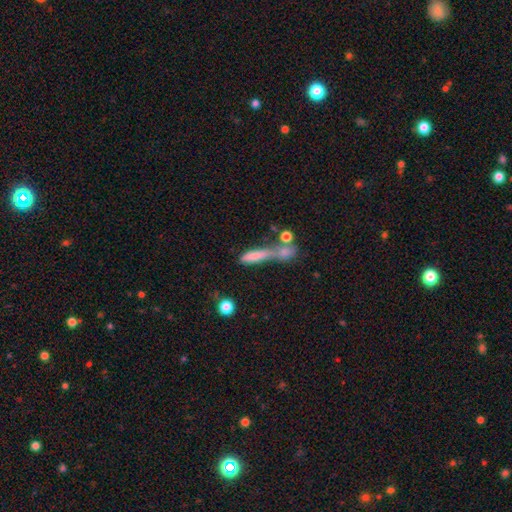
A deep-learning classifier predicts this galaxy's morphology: The model was most divided on "merging": merger: 46%, none: 27%, minor disturbance: 14%, major disturbance: 13%. More confident: smooth or featured — smooth (70%); how rounded — cigar-shaped (69%).